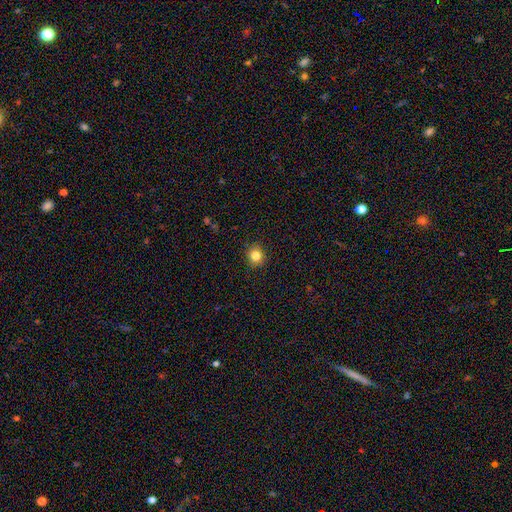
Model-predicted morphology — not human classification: Smooth or featured?
  - smooth: 84% *
  - star or artifact: 11%
  - featured or disk: 5%
How rounded?
  - round: 87% *
  - in between: 12%
  - cigar-shaped: 1%
Merging?
  - none: 91% *
  - minor disturbance: 6%
  - major disturbance: 2%
  - merger: 1%